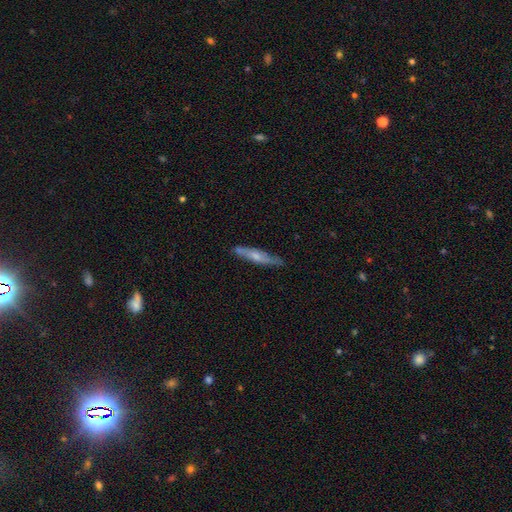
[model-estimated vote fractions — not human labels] smooth-or-featured: featured or disk: 51% | smooth: 43% | star or artifact: 6%
  disk-edge-on: yes: 80% | no: 20%
  merging: none: 79% | minor disturbance: 16% | major disturbance: 3% | merger: 2%